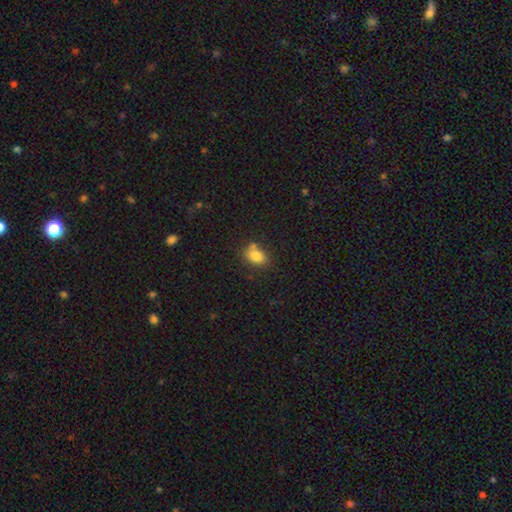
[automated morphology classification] type=smooth (81%); roundness=in between (71%); merging=none (62%).